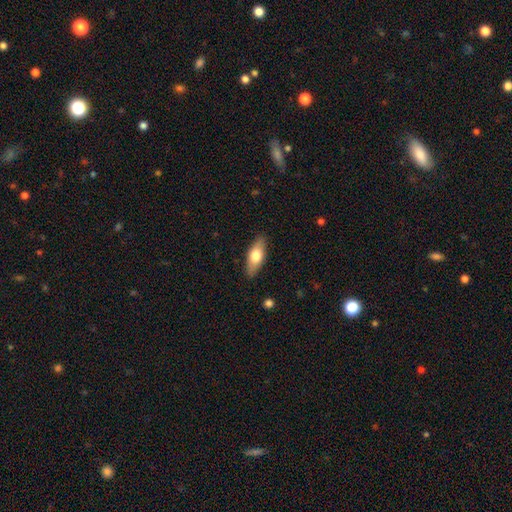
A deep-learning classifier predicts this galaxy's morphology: A smooth galaxy with no disk features (66%) that is in between round and cigar-shaped (74%). Merging: none (87%).